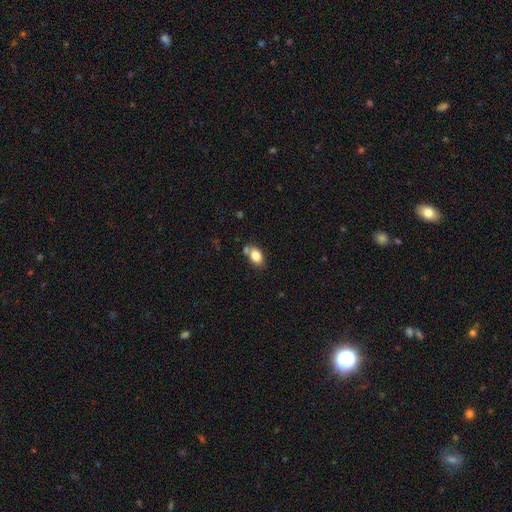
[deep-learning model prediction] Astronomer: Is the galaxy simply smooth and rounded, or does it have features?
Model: smooth — 82%.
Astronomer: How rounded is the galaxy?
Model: in between — 82%.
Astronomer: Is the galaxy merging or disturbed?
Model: none — 61%.